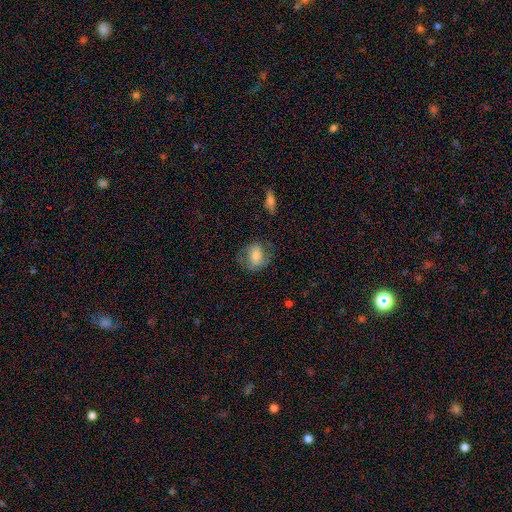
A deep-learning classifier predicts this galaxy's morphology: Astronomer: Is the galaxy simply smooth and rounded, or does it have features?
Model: smooth — 52% (runner-up: featured or disk, 40%).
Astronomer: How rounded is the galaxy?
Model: round — 52% (runner-up: in between, 47%).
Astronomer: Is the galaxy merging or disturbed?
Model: none — 65%.